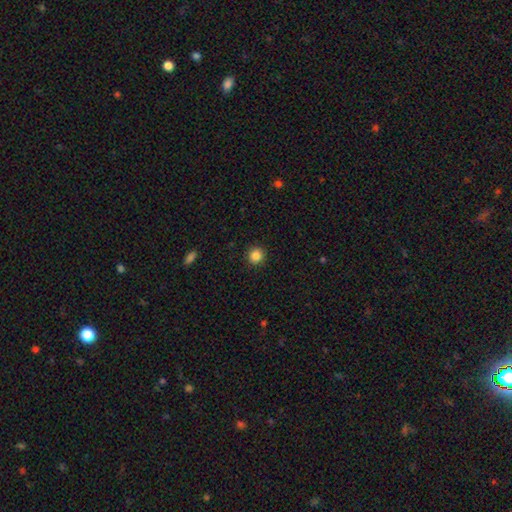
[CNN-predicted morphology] Smooth or featured? Predicted: smooth (p=0.85). How rounded? Predicted: round (p=0.94). Merging? Predicted: none (p=0.92).